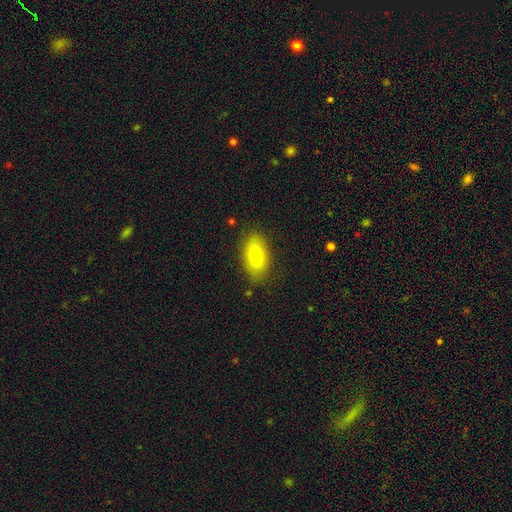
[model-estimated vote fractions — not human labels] A smooth galaxy with no disk features (84%) that is in between round and cigar-shaped (91%).

Vote fractions:
- Smooth or featured? smooth: 84% / featured or disk: 9% / star or artifact: 7%
- How rounded? in between: 91% / cigar-shaped: 5% / round: 4%
- Merging? none: 81% / minor disturbance: 14% / major disturbance: 4% / merger: 1%